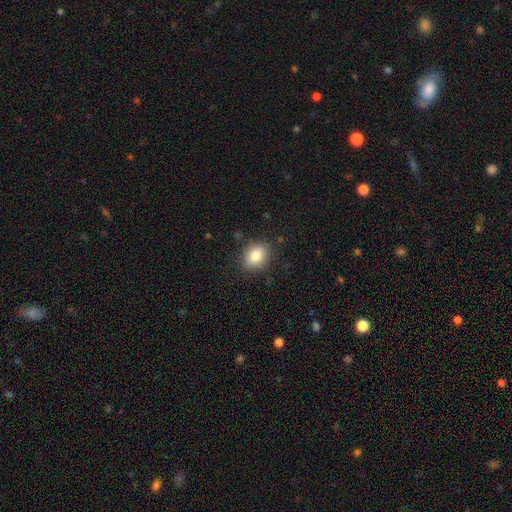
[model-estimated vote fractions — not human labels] Smooth or featured? Predicted: smooth (p=0.83). How rounded? Predicted: in between (p=0.60). Merging? Predicted: none (p=0.85).